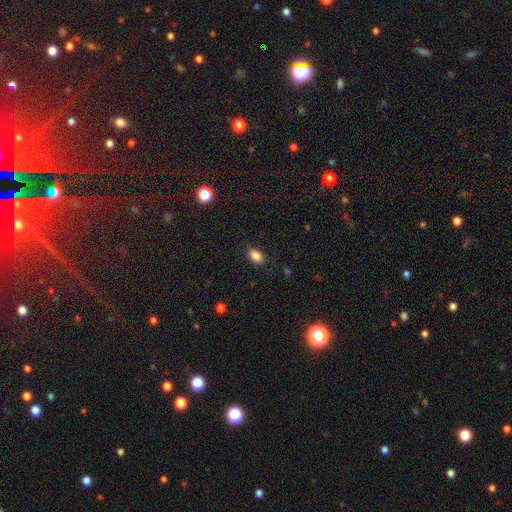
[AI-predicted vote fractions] Smooth or featured? smooth (86%)
How rounded? in between (87%)
Merging? none (87%)